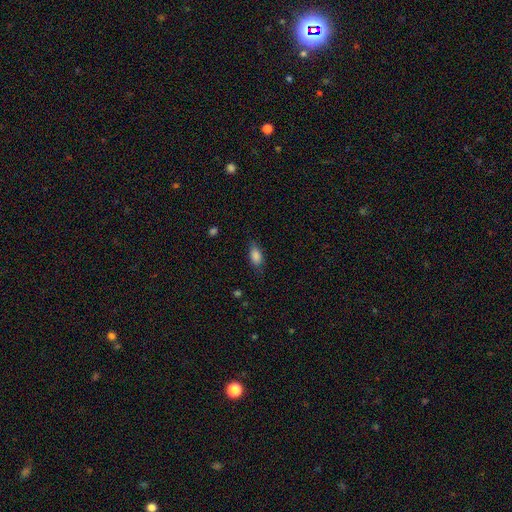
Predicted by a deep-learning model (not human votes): The model was most divided on "merging": none: 74%, minor disturbance: 20%, major disturbance: 5%, merger: 1%. More confident: how rounded — in between (86%); smooth or featured — smooth (84%).